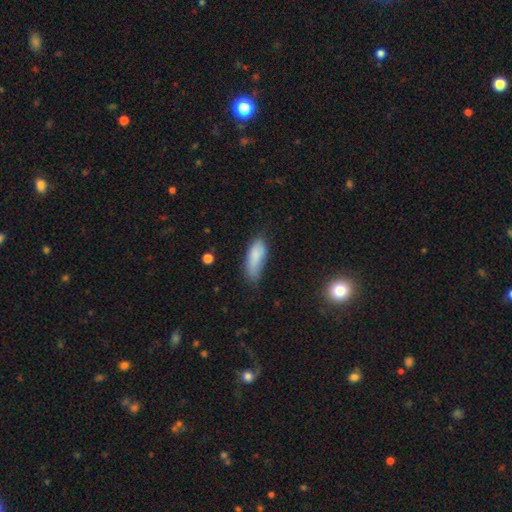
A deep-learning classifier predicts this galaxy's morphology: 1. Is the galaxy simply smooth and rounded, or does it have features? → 85% smooth, 8% featured or disk, 7% star or artifact.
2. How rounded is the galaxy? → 75% in between, 23% cigar-shaped, 2% round.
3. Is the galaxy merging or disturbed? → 54% none, 34% minor disturbance, 9% major disturbance, 2% merger.